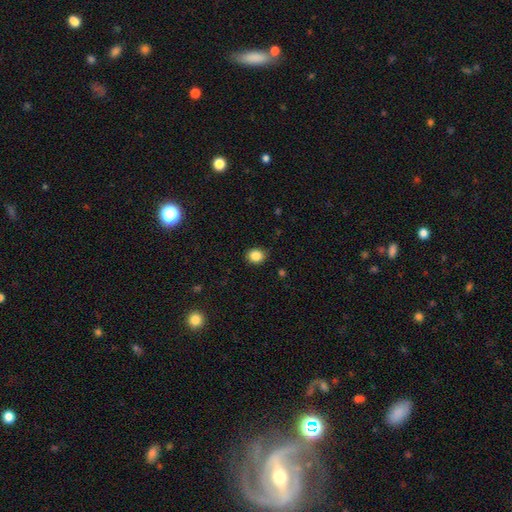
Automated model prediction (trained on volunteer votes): Smooth or featured? smooth (86%)
How rounded? round (68%)
Merging? none (88%)